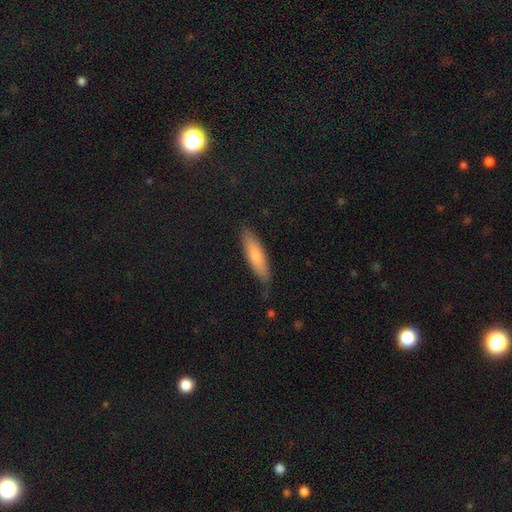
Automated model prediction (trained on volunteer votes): Overall: smooth (76%). How rounded: cigar-shaped (62%; in between 37%). Merging: none (76%).